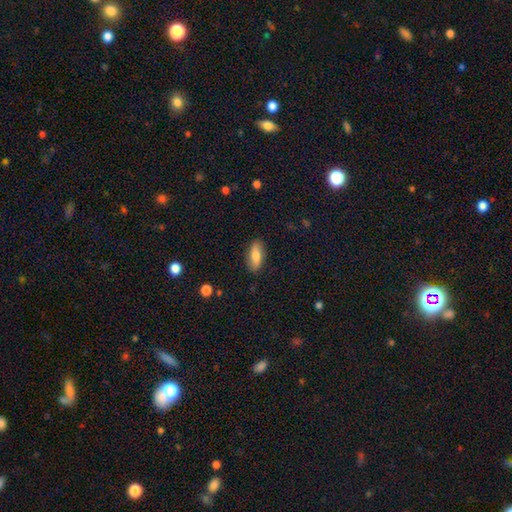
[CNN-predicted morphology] The model was most divided on "smooth or featured": smooth: 75%, featured or disk: 18%, star or artifact: 6%. More confident: merging — none (86%); how rounded — in between (80%).